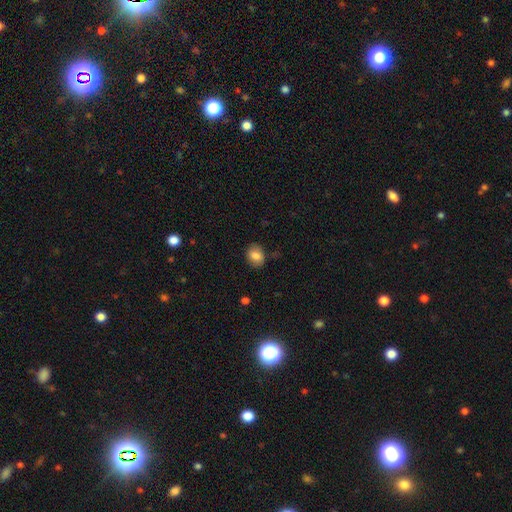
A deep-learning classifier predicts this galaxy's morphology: This is likely a smooth galaxy (79%). How rounded: possibly in between (57%). Merging: clearly none (81%).